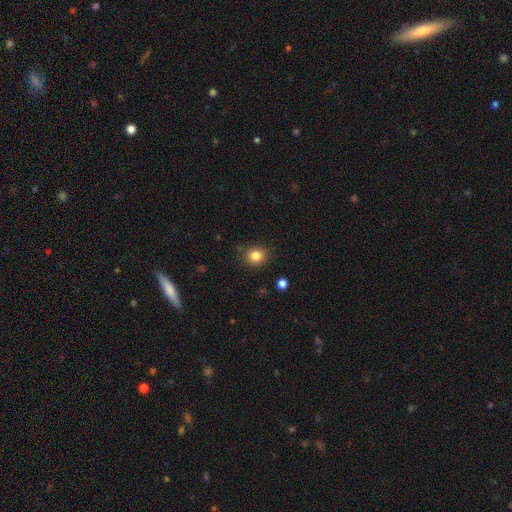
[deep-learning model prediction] This is clearly a smooth galaxy (83%). How rounded: likely round (75%). Merging: clearly none (86%).